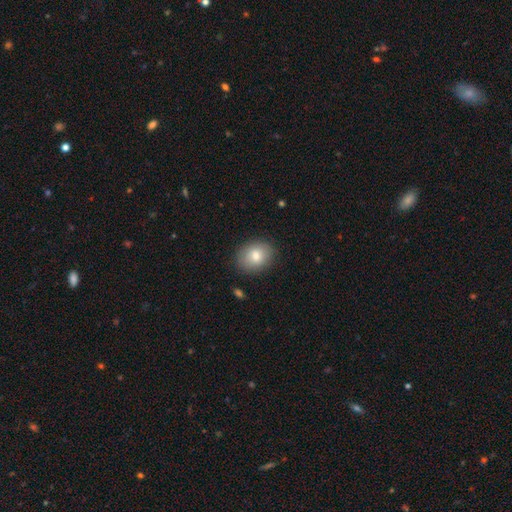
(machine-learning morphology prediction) type=smooth (80%); roundness=in between (56%); merging=none (86%).